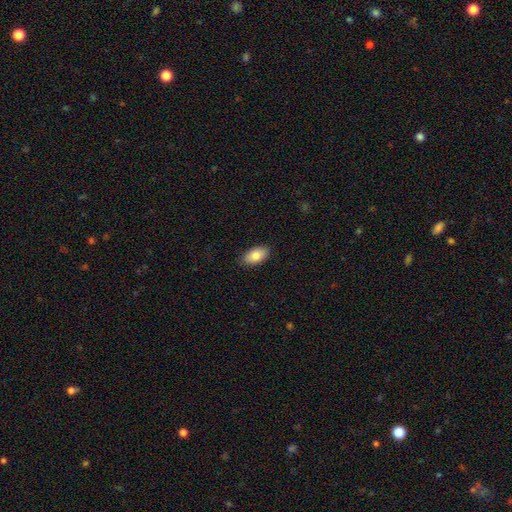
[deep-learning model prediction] smooth-or-featured: smooth: 81% | featured or disk: 12% | star or artifact: 7%
  how-rounded: in between: 94% | round: 4% | cigar-shaped: 2%
  merging: none: 87% | minor disturbance: 10% | major disturbance: 2% | merger: 1%